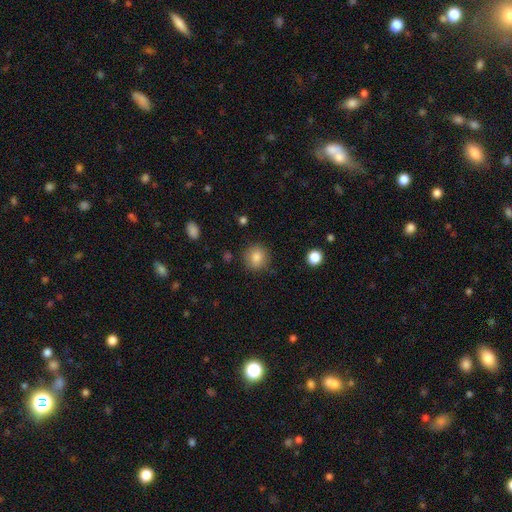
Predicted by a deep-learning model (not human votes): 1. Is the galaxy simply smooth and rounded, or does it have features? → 83% smooth, 10% star or artifact, 7% featured or disk.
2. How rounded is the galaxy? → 89% round, 10% in between, 1% cigar-shaped.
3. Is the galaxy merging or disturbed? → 88% none, 8% minor disturbance, 3% major disturbance, 2% merger.